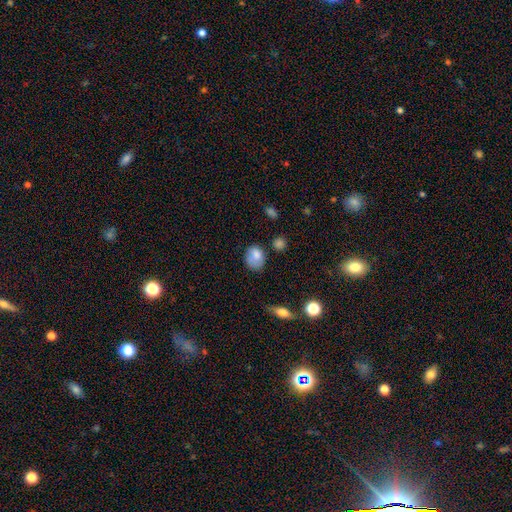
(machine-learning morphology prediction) The model was most divided on "how rounded": in between: 51%, round: 47%, cigar-shaped: 1%. More confident: smooth or featured — smooth (80%); merging — none (56%).